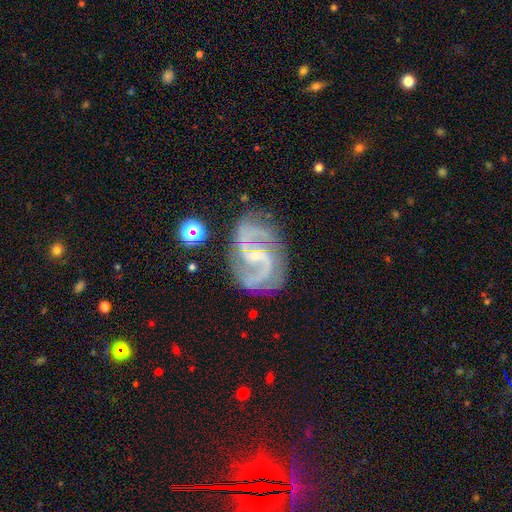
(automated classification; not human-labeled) Q: Smooth or featured?
A: featured or disk (92%); runner-up: star or artifact (5%)
Q: Edge-on disk?
A: no (98%); runner-up: yes (2%)
Q: Bar?
A: weak (50%); runner-up: no (27%)
Q: Spiral arms?
A: yes (98%); runner-up: no (2%)
Q: Spiral winding?
A: medium (59%); runner-up: loose (26%)
Q: Spiral arm count?
A: 2 (91%); runner-up: 3 (3%)
Q: Bulge size?
A: small (78%); runner-up: moderate (13%)
Q: Merging?
A: none (73%); runner-up: minor disturbance (17%)